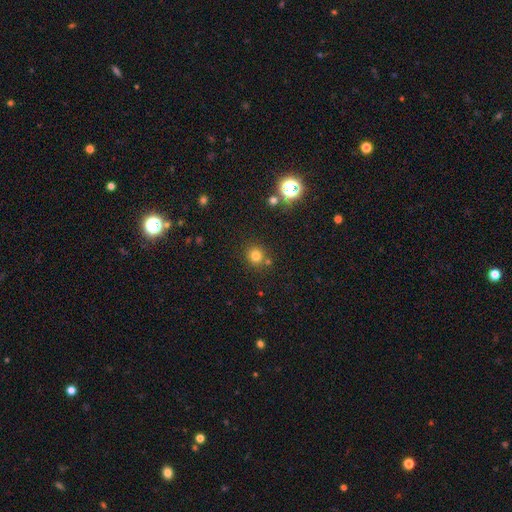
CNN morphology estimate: smooth 77%, star or artifact 17%, featured or disk 6%. Down the decision tree: how rounded — round (89%); merging — none (78%).